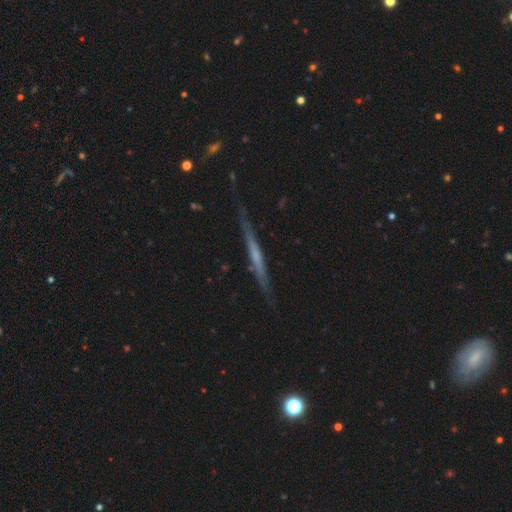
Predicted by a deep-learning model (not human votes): Q: Smooth or featured?
A: featured or disk (68%); runner-up: smooth (26%)
Q: Edge-on disk?
A: yes (97%); runner-up: no (3%)
Q: Edge-on bulge?
A: none (59%); runner-up: rounded (30%)
Q: Merging?
A: none (84%); runner-up: minor disturbance (12%)